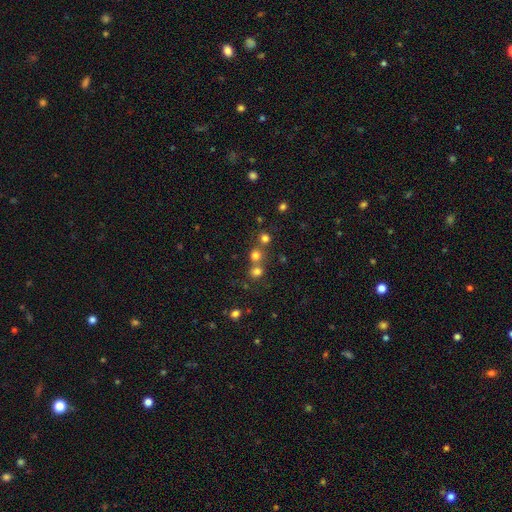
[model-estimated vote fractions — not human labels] Smooth or featured? Predicted: smooth (p=0.71). How rounded? Predicted: round (p=0.89). Merging? Predicted: none (p=0.59).